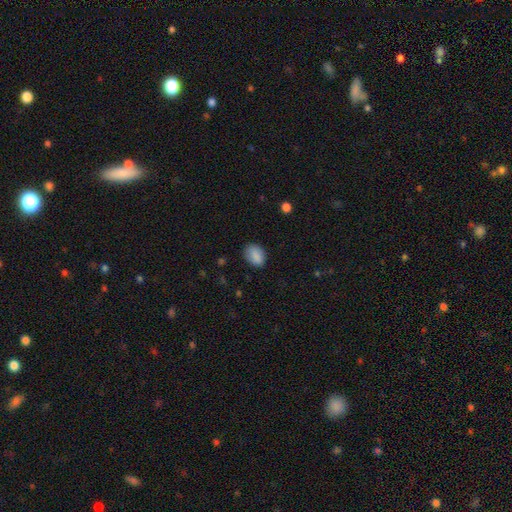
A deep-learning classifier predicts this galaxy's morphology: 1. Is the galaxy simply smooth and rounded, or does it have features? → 87% smooth, 8% star or artifact, 5% featured or disk.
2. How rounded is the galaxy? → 78% in between, 21% round, 1% cigar-shaped.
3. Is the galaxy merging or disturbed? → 78% none, 17% minor disturbance, 4% major disturbance, 1% merger.